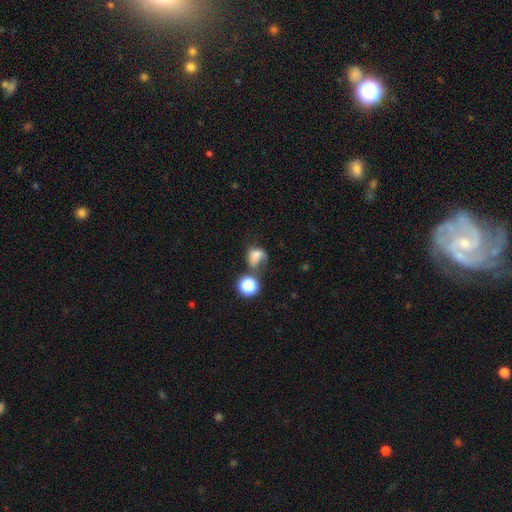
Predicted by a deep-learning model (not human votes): Smooth or featured?
  - smooth: 69% *
  - featured or disk: 16%
  - star or artifact: 15%
How rounded?
  - in between: 54% *
  - round: 45%
  - cigar-shaped: 1%
Merging?
  - none: 28% *
  - major disturbance: 27%
  - minor disturbance: 25%
  - merger: 20%